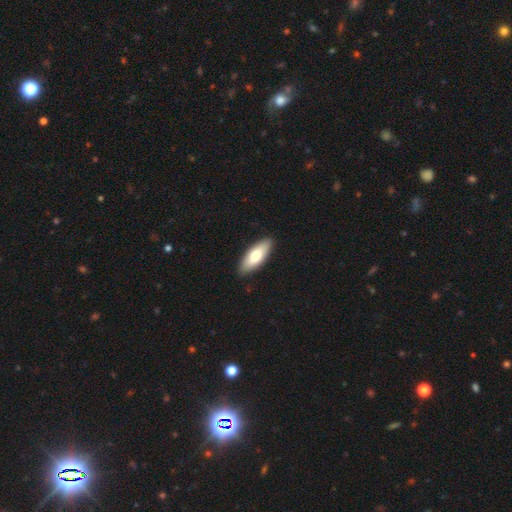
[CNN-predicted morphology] This is likely a smooth galaxy (70%). How rounded: likely in between (75%). Merging: clearly none (89%).